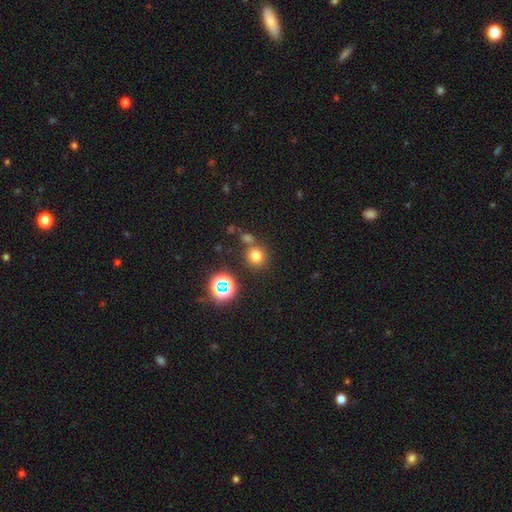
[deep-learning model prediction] Smooth or featured?
  - smooth: 72% *
  - star or artifact: 20%
  - featured or disk: 7%
How rounded?
  - round: 83% *
  - in between: 16%
  - cigar-shaped: 1%
Merging?
  - none: 69% *
  - merger: 16%
  - minor disturbance: 10%
  - major disturbance: 4%